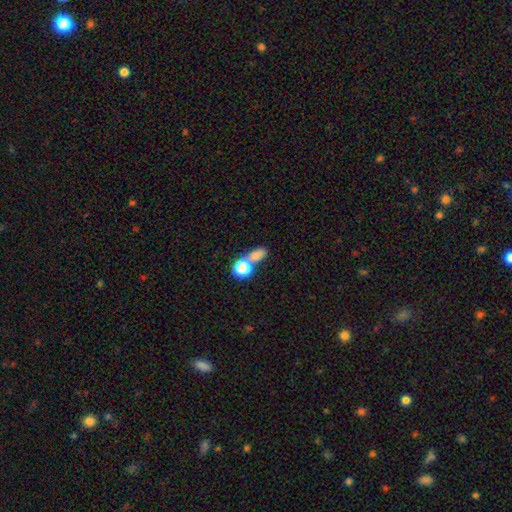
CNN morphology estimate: smooth 71%, star or artifact 18%, featured or disk 10%. Down the decision tree: how rounded — in between (60%); merging — merger (43%).